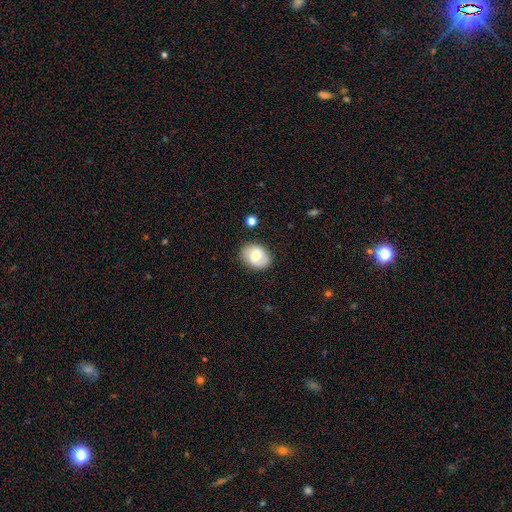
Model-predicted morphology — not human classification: Smooth or featured?
  - smooth: 59% *
  - featured or disk: 34%
  - star or artifact: 7%
How rounded?
  - in between: 56% *
  - round: 43%
  - cigar-shaped: 1%
Merging?
  - none: 81% *
  - minor disturbance: 13%
  - major disturbance: 4%
  - merger: 2%